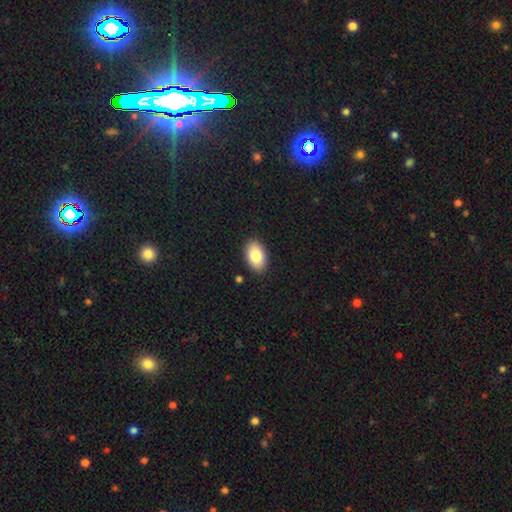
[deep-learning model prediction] Overall: smooth (83%). How rounded: in between (92%). Merging: none (89%).